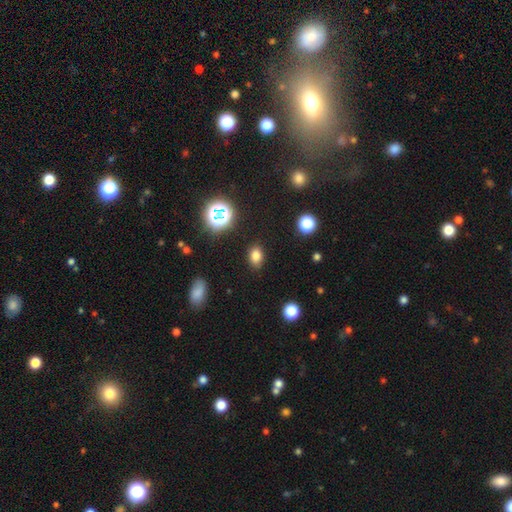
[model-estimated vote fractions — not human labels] Morphology: type=smooth (78%); roundness=in between (74%); merging=none (86%).